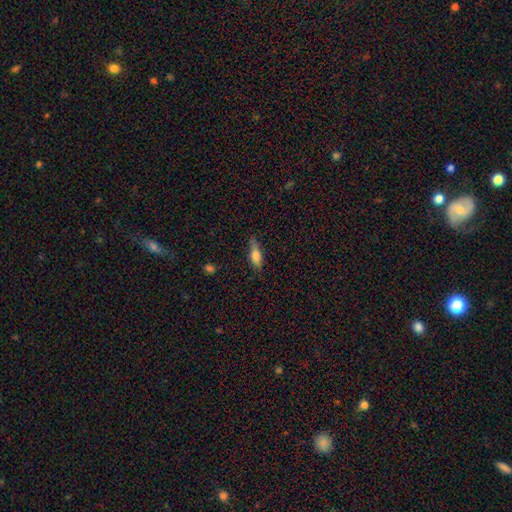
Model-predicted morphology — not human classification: smooth-or-featured: smooth: 71% | featured or disk: 22% | star or artifact: 7%
  how-rounded: in between: 61% | cigar-shaped: 35% | round: 3%
  merging: none: 63% | minor disturbance: 28% | major disturbance: 7% | merger: 2%